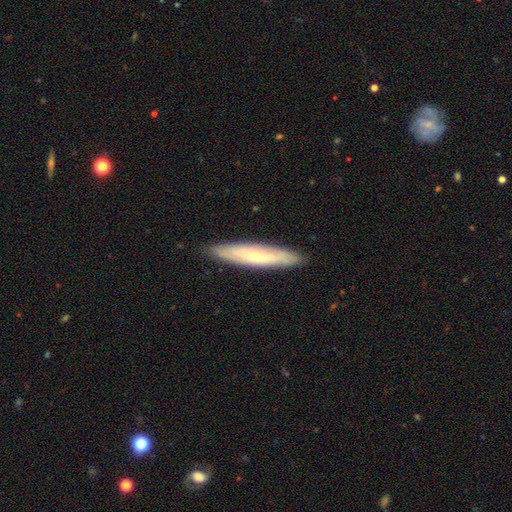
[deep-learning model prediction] smooth_or_featured: featured or disk (p=0.55) [alt: smooth p=0.40]
disk_edge_on: yes (p=0.67) [alt: no p=0.33]
merging: none (p=0.88) [alt: minor disturbance p=0.10]